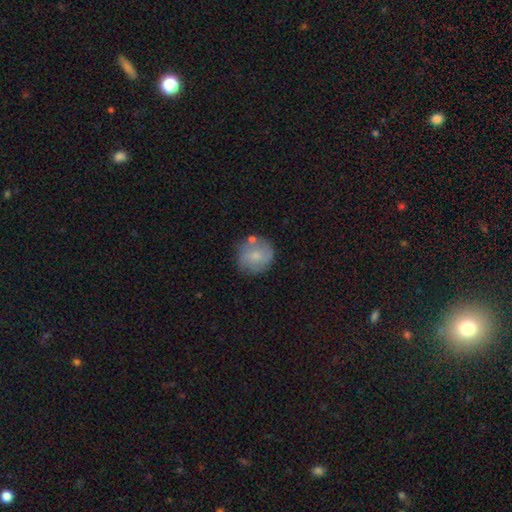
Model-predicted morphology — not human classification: Smooth or featured? smooth (71%)
How rounded? round (90%)
Merging? none (68%)